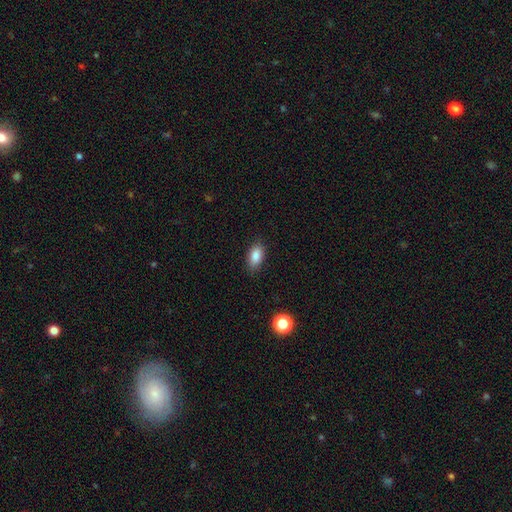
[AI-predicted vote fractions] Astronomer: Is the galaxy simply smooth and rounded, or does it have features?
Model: smooth — 86%.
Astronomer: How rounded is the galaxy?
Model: in between — 89%.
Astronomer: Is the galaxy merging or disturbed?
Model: none — 86%.